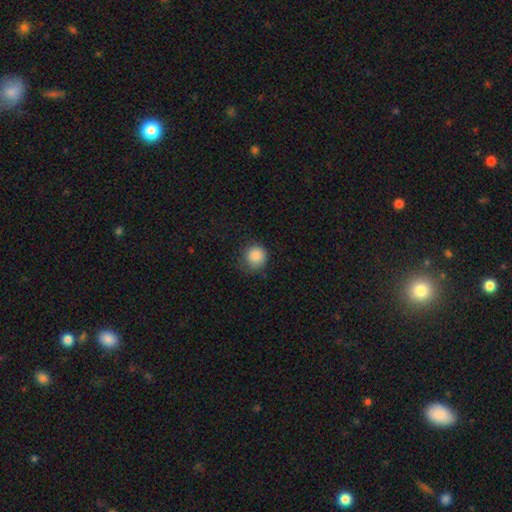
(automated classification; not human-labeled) The model was most divided on "merging": none: 74%, minor disturbance: 19%, major disturbance: 5%, merger: 1%. More confident: how rounded — round (91%); smooth or featured — smooth (86%).